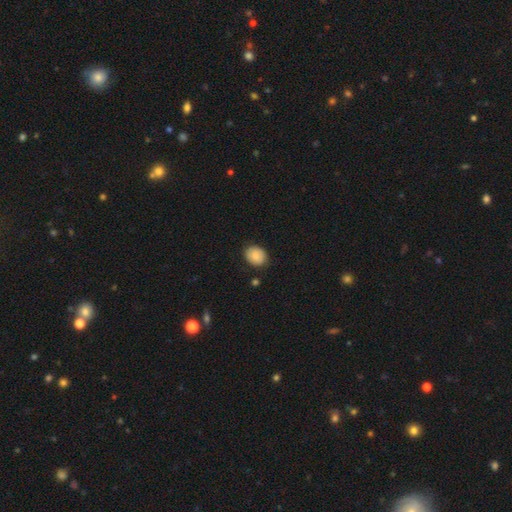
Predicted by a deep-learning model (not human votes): This is clearly a smooth galaxy (85%). How rounded: possibly round (54%). Merging: clearly none (83%).